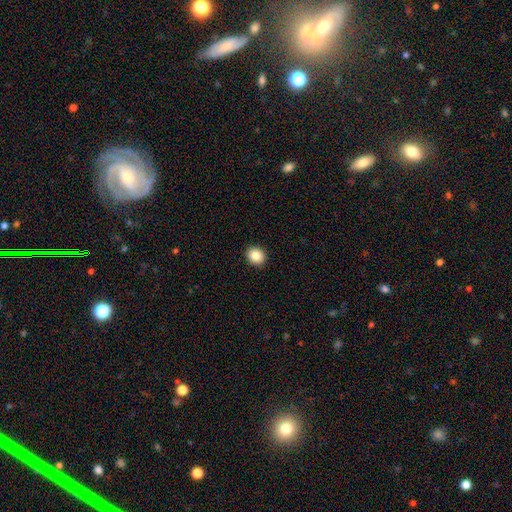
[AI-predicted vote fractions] Morphology: type=smooth (85%); roundness=round (72%); merging=none (92%).